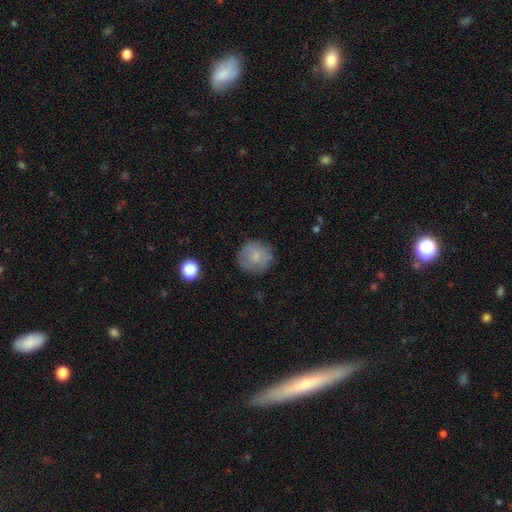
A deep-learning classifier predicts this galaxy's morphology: This appears to be a smooth galaxy with no disk features (76%) that is round (91%). Merging: none (82%).